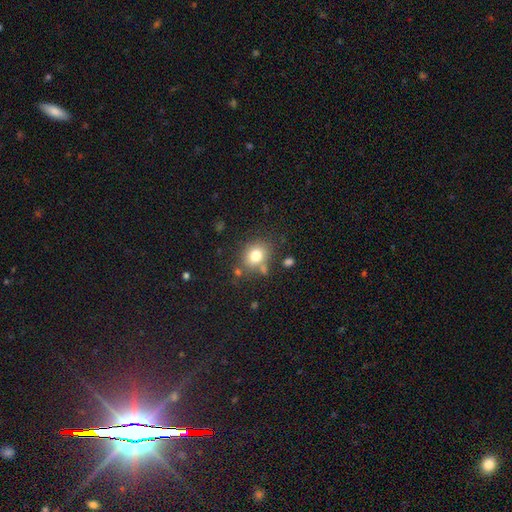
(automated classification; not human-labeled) This appears to be a smooth galaxy with no disk features (79%) that is round (57%). Merging: none (72%).